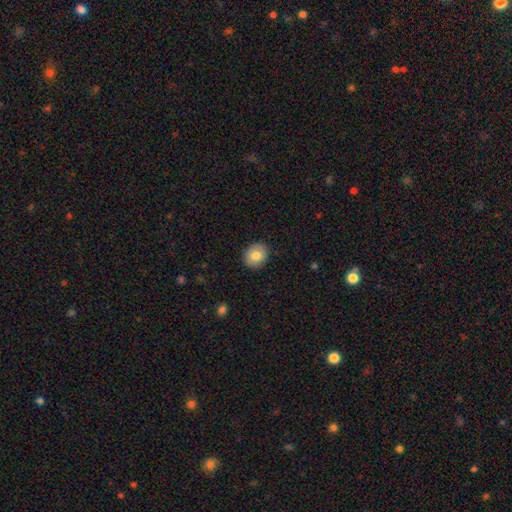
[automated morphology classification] The model was most divided on "how rounded": round: 70%, in between: 30%, cigar-shaped: 1%. More confident: merging — none (90%); smooth or featured — smooth (82%).